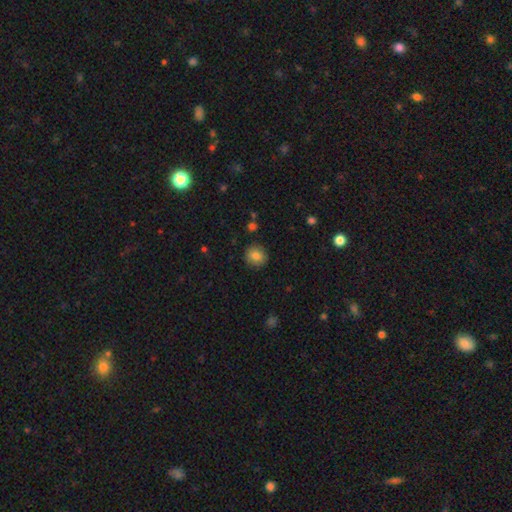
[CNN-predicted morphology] Smooth or featured? Predicted: smooth (p=0.82). How rounded? Predicted: round (p=0.88). Merging? Predicted: none (p=0.88).